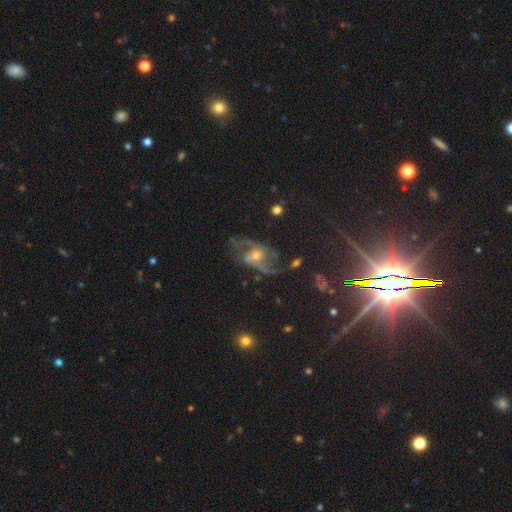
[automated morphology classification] A featured or disk galaxy (75%) with no bar (52%), 2 (70%) loose (48%) spiral arms (91%) and a moderate central bulge (50%).

Vote fractions:
- Smooth or featured? featured or disk: 75% / star or artifact: 16% / smooth: 9%
- Edge-on disk? no: 95% / yes: 5%
- Bar? no: 52% / weak: 37% / strong: 11%
- Spiral arms? yes: 91% / no: 9%
- Spiral winding? loose: 48% / medium: 40% / tight: 13%
- Spiral arm count? 2: 70% / can't tell: 11% / 3: 9% / 1: 4% / 4: 3% / more than 4: 3%
- Bulge size? moderate: 50% / small: 41% / large: 4% / none: 3% / dominant: 1%
- Merging? none: 61% / major disturbance: 18% / minor disturbance: 18% / merger: 3%